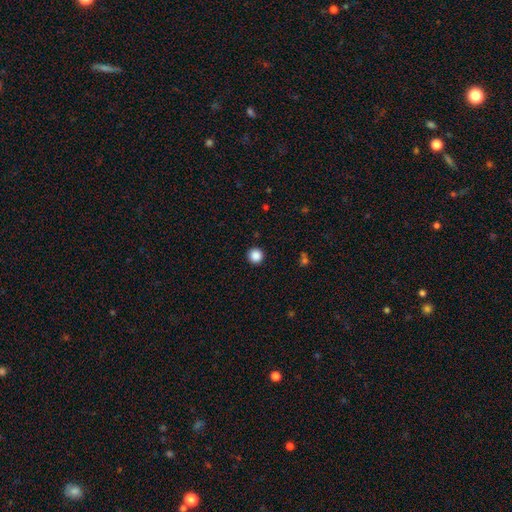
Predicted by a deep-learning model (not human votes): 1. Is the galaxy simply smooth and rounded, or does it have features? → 87% smooth, 10% star or artifact, 2% featured or disk.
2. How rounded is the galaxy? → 96% round, 3% in between, 1% cigar-shaped.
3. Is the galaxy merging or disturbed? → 93% none, 4% minor disturbance, 2% major disturbance, 1% merger.